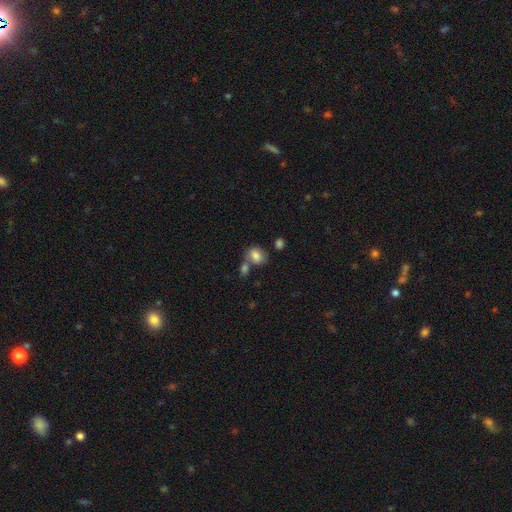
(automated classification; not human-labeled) The model was most divided on "merging": none: 44%, merger: 36%, minor disturbance: 14%, major disturbance: 6%. More confident: smooth or featured — smooth (79%); how rounded — in between (61%).